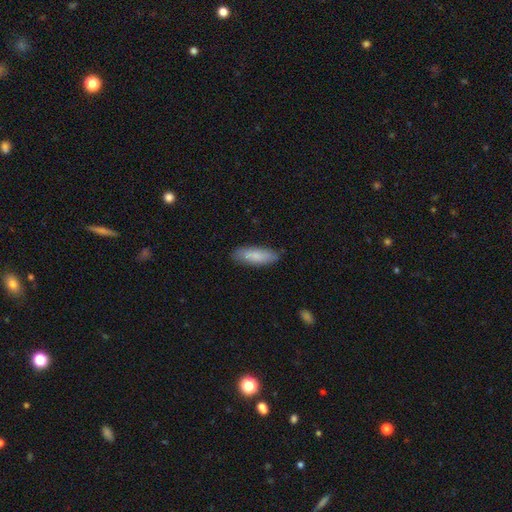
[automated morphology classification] Smooth or featured?
  - smooth: 83% *
  - featured or disk: 12%
  - star or artifact: 6%
How rounded?
  - in between: 55% *
  - cigar-shaped: 44%
  - round: 2%
Merging?
  - none: 83% *
  - minor disturbance: 14%
  - major disturbance: 2%
  - merger: 1%